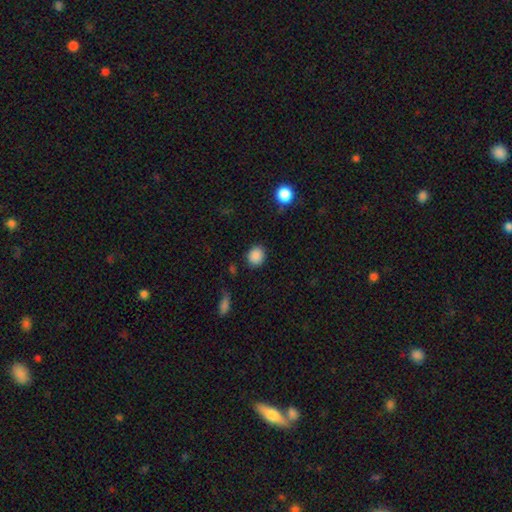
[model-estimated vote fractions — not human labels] The model was most divided on "how rounded": round: 76%, in between: 23%, cigar-shaped: 1%. More confident: smooth or featured — smooth (88%); merging — none (86%).